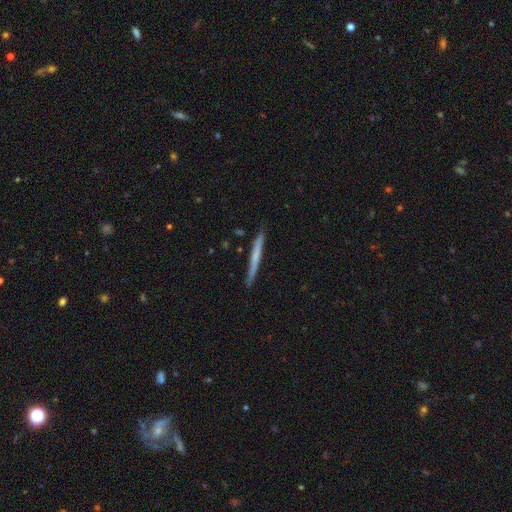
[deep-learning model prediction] This is possibly a smooth galaxy (50%). Merging: clearly none (88%).